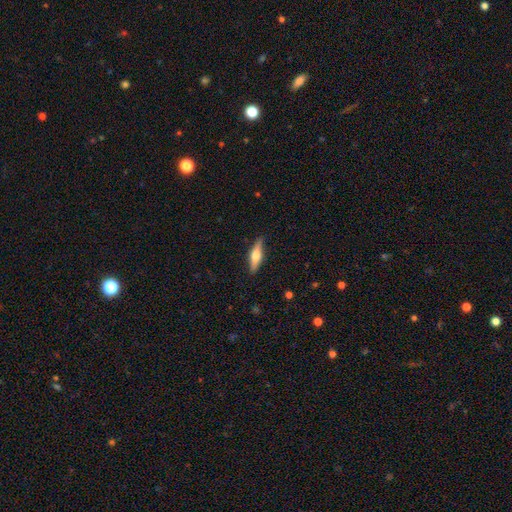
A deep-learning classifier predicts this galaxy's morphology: A smooth galaxy with no disk features (50%) that is cigar-shaped (64%).

Vote fractions:
- Smooth or featured? smooth: 50% / featured or disk: 44% / star or artifact: 6%
- How rounded? cigar-shaped: 64% / in between: 34% / round: 2%
- Merging? none: 84% / minor disturbance: 13% / major disturbance: 2% / merger: 1%